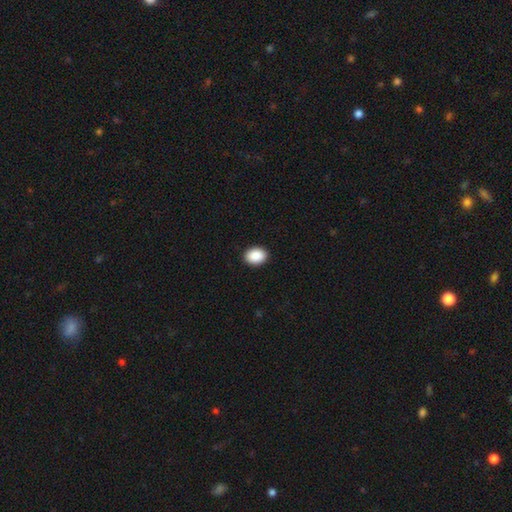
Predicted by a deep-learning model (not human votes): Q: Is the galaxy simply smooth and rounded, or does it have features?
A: smooth — 90%.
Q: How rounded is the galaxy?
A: in between — 74%.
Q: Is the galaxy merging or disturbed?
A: none — 92%.